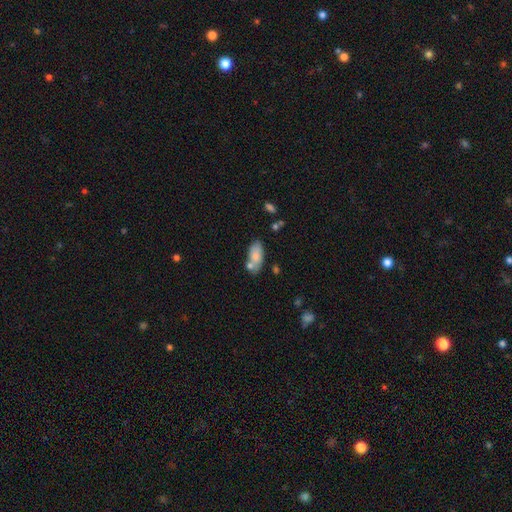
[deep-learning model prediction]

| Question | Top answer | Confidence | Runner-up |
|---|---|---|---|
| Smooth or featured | smooth | 79% | featured or disk (13%) |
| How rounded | in between | 88% | cigar-shaped (9%) |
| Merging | none | 56% | merger (20%) |